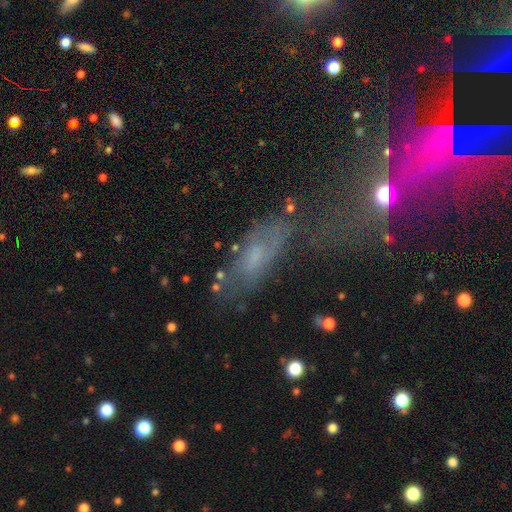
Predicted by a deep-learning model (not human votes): Overall: smooth (49%; featured or disk 35%). Merging: none (46%; minor disturbance 24%).